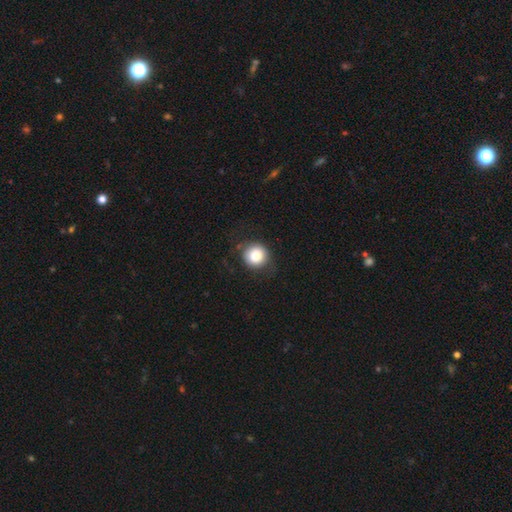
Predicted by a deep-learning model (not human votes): Q: Smooth or featured?
A: smooth (85%); runner-up: star or artifact (8%)
Q: How rounded?
A: round (92%); runner-up: in between (7%)
Q: Merging?
A: none (78%); runner-up: minor disturbance (15%)